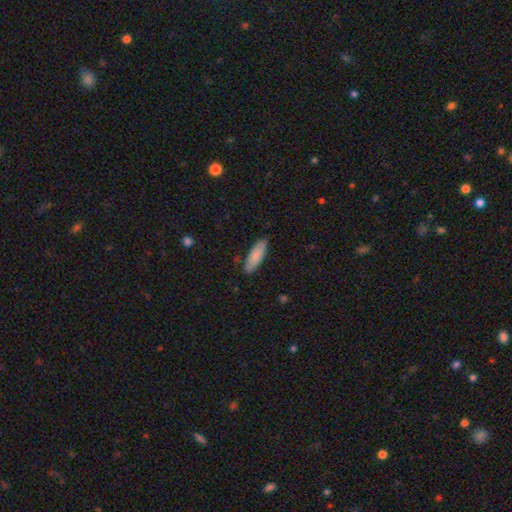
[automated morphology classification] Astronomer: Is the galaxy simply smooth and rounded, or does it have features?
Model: smooth — 80%.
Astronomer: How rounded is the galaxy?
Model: in between — 57% (runner-up: cigar-shaped, 42%).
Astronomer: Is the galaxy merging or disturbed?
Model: none — 85%.